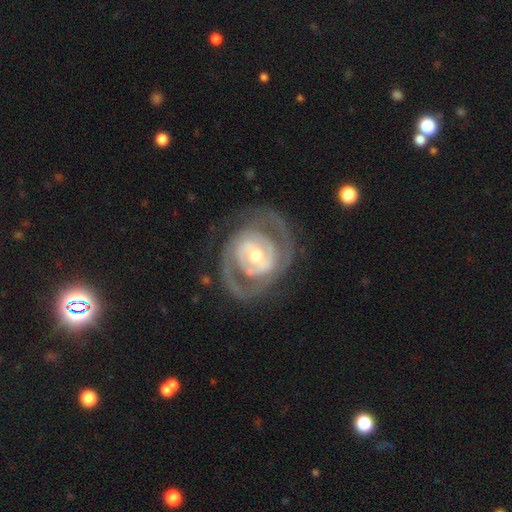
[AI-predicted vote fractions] This is clearly a featured or disk galaxy (85%). It is clearly not viewed edge-on (97%). Bar: marginally weak (41%). Spiral arm pattern: clearly yes (83%). Spiral arm count: likely 2 (69%). Spiral winding: possibly tight (52%). Central bulge: likely moderate (62%). Merging: likely none (72%).